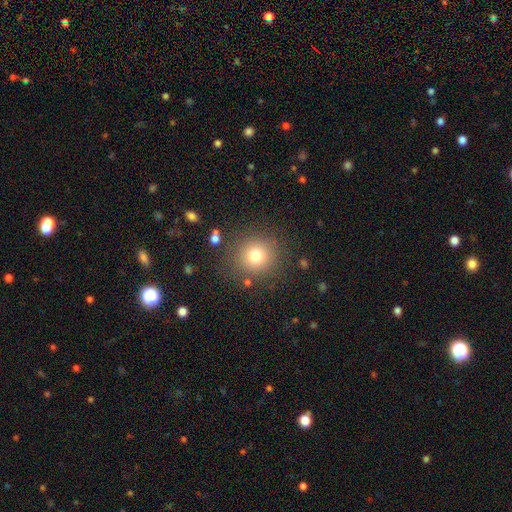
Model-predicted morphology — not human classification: smooth-or-featured: smooth: 76% | star or artifact: 14% | featured or disk: 10%
  how-rounded: round: 91% | in between: 9% | cigar-shaped: 1%
  merging: none: 84% | minor disturbance: 9% | major disturbance: 4% | merger: 3%